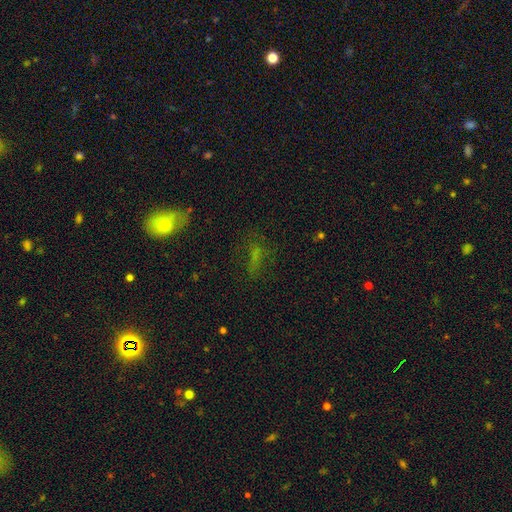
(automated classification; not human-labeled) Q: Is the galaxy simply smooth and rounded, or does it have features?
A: smooth — 51%.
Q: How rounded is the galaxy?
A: in between — 58%.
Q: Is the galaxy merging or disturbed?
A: none — 57%.